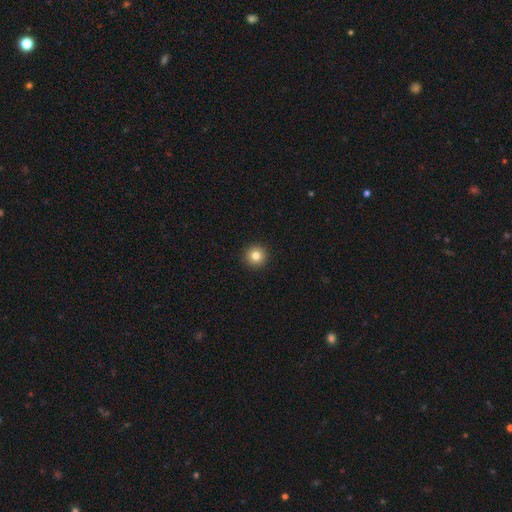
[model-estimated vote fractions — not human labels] smooth_or_featured: smooth (p=0.82) [alt: star or artifact p=0.11]
how_rounded: round (p=0.96) [alt: in between p=0.03]
merging: none (p=0.94) [alt: minor disturbance p=0.04]